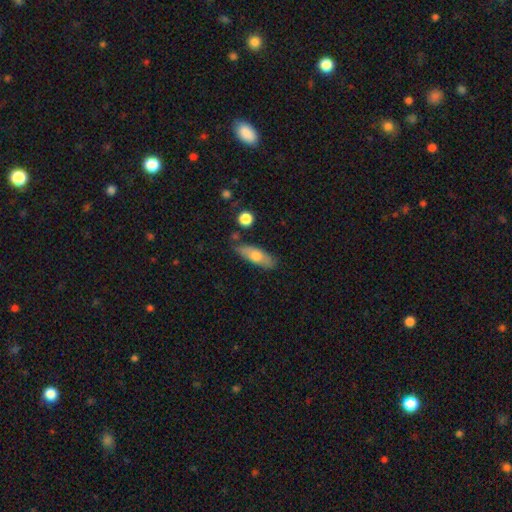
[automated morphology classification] Smooth or featured?
  - smooth: 65% *
  - featured or disk: 28%
  - star or artifact: 6%
How rounded?
  - in between: 61% *
  - cigar-shaped: 36%
  - round: 3%
Merging?
  - none: 74% *
  - minor disturbance: 17%
  - merger: 5%
  - major disturbance: 4%